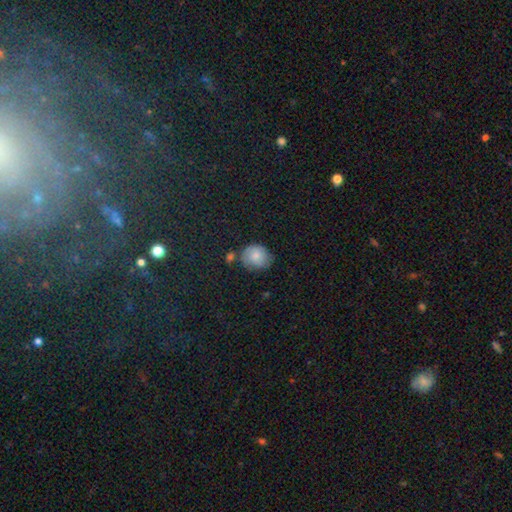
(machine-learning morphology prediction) Q: Smooth or featured?
A: smooth (76%); runner-up: featured or disk (15%)
Q: How rounded?
A: round (71%); runner-up: in between (28%)
Q: Merging?
A: none (61%); runner-up: minor disturbance (26%)